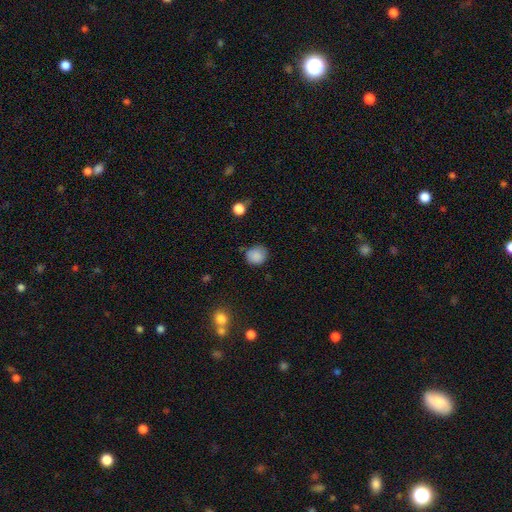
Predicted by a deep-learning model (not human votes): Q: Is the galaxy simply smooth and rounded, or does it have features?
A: smooth — 86%.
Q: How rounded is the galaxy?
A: round — 81%.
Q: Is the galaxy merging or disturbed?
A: none — 71%.